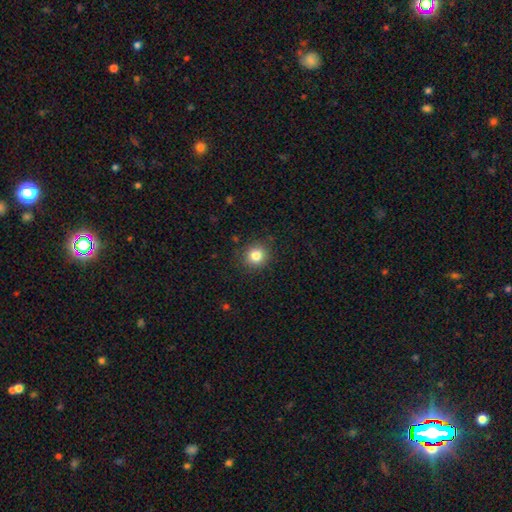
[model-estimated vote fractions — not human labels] Overall: smooth (82%). How rounded: round (88%). Merging: none (88%).